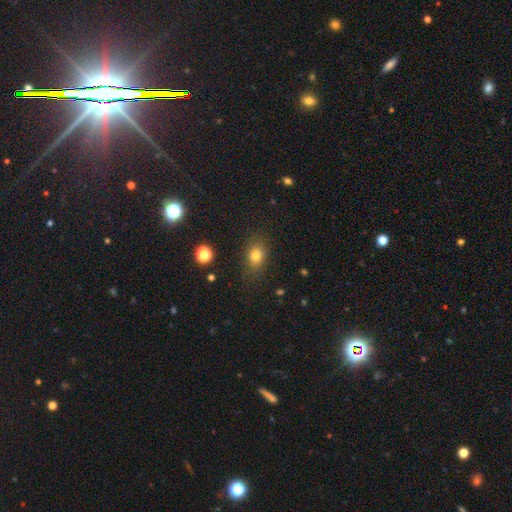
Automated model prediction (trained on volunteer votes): Q: Smooth or featured?
A: smooth (76%); runner-up: star or artifact (14%)
Q: How rounded?
A: in between (62%); runner-up: round (36%)
Q: Merging?
A: none (81%); runner-up: minor disturbance (13%)